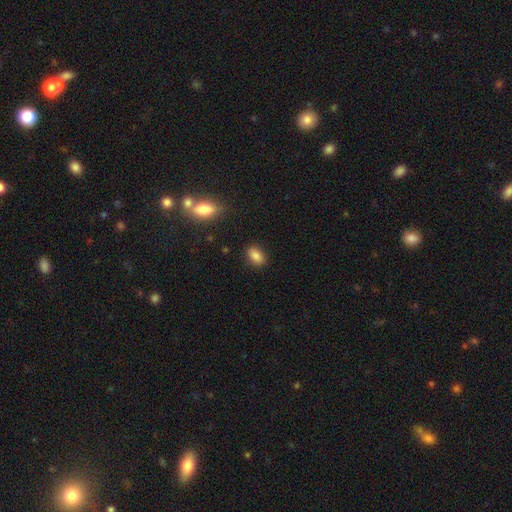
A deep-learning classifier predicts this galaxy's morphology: This is clearly a smooth galaxy (85%). How rounded: clearly in between (85%). Merging: clearly none (87%).